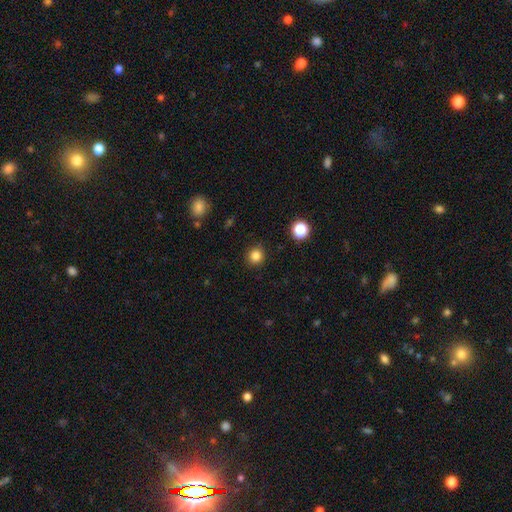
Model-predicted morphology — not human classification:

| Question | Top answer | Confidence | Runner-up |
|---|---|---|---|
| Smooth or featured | smooth | 83% | star or artifact (13%) |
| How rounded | round | 90% | in between (9%) |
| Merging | none | 90% | minor disturbance (7%) |